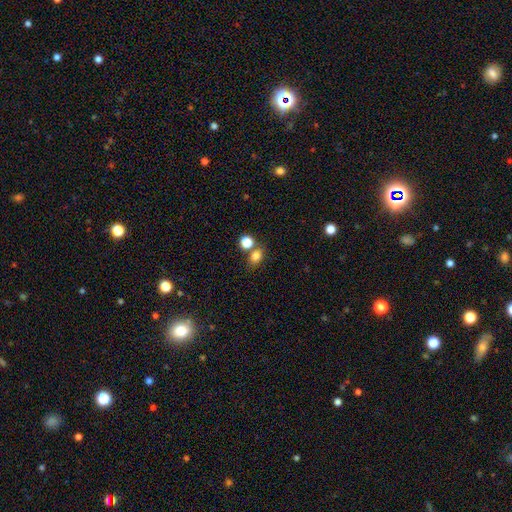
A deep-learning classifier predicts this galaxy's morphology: type=smooth (80%); roundness=in between (53%); merging=none (60%).